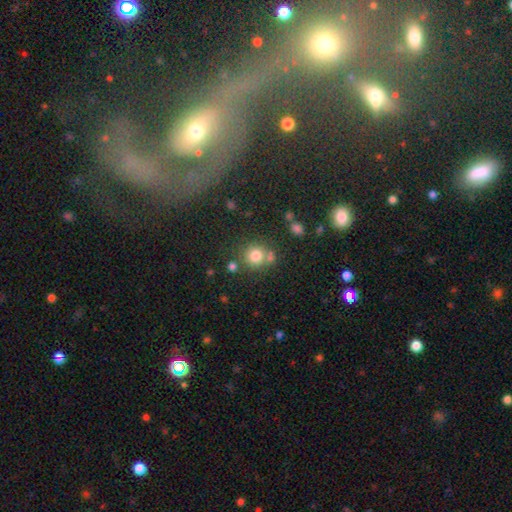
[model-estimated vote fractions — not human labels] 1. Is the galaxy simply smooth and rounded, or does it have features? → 78% smooth, 13% star or artifact, 9% featured or disk.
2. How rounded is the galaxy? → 89% round, 10% in between, 1% cigar-shaped.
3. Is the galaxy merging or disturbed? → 66% none, 19% merger, 10% minor disturbance, 4% major disturbance.